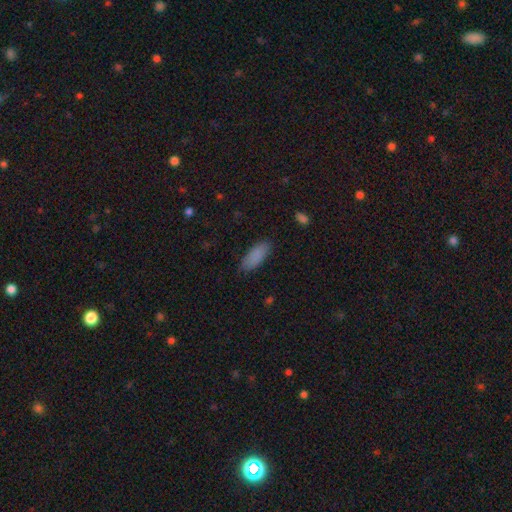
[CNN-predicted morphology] smooth 87%, star or artifact 7%, featured or disk 6%. Down the decision tree: how rounded — in between (78%); merging — none (83%).